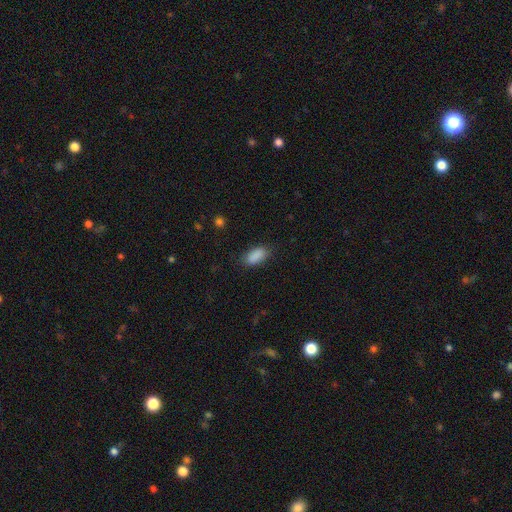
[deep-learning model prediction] Smooth or featured?
  - smooth: 89% *
  - star or artifact: 8%
  - featured or disk: 4%
How rounded?
  - in between: 89% *
  - cigar-shaped: 8%
  - round: 3%
Merging?
  - none: 80% *
  - minor disturbance: 15%
  - major disturbance: 4%
  - merger: 1%